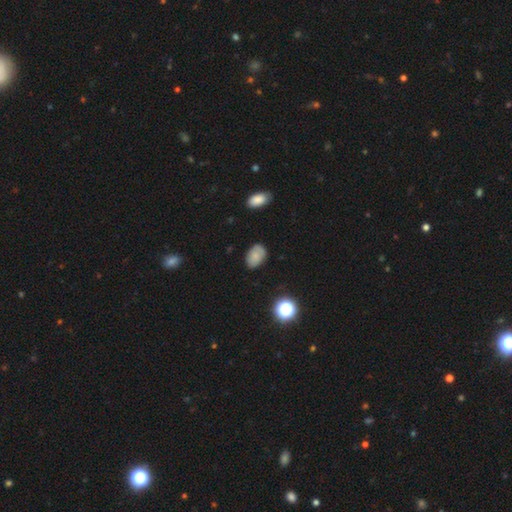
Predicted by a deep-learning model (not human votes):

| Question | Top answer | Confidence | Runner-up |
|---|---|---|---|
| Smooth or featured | smooth | 80% | star or artifact (10%) |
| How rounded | in between | 85% | round (14%) |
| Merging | none | 80% | minor disturbance (15%) |